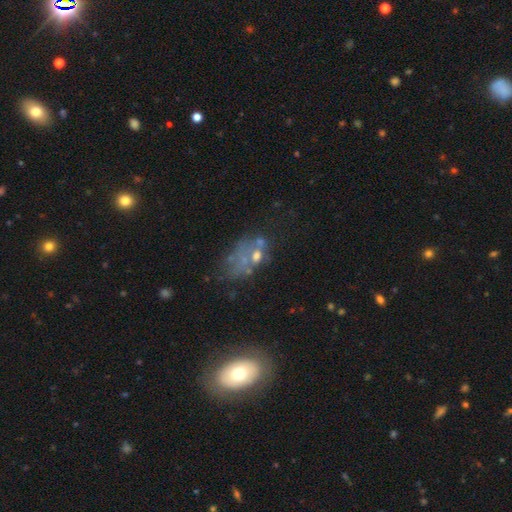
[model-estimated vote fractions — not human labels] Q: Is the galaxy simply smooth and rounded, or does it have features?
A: featured or disk — 43%.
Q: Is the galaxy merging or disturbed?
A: none — 37%.